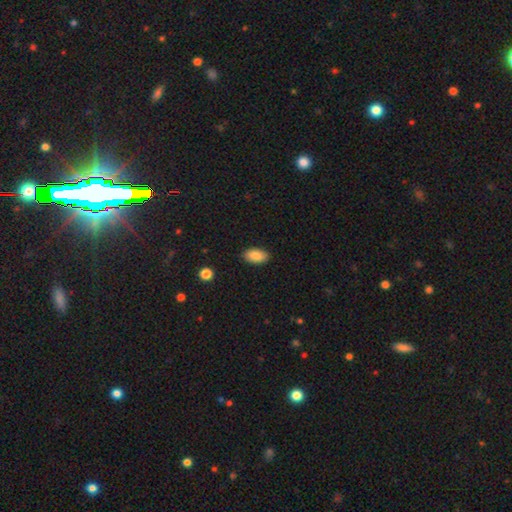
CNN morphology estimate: type=smooth (86%); roundness=in between (94%); merging=none (88%).